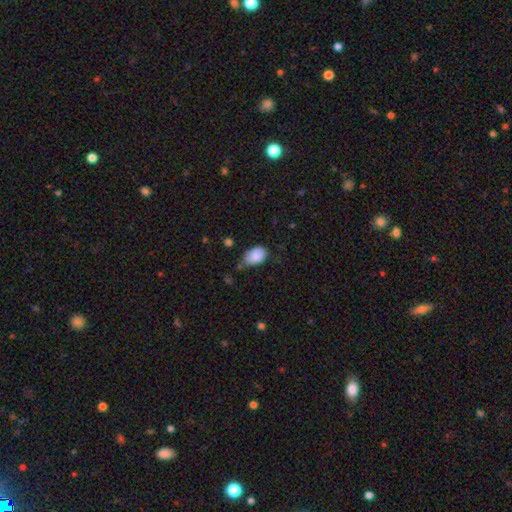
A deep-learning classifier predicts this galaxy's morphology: This is clearly a smooth galaxy (87%). How rounded: clearly in between (85%). Merging: possibly none (48%).